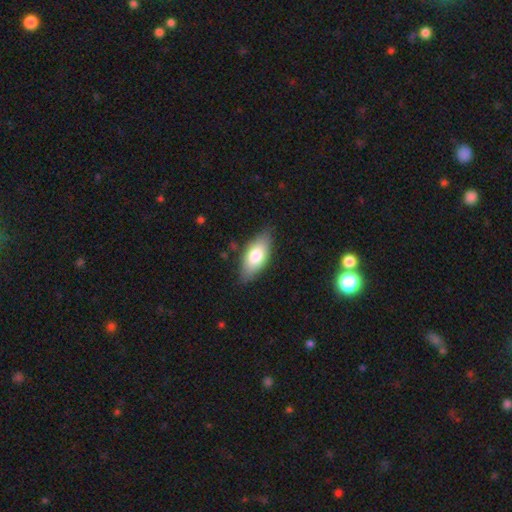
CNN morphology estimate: Smooth or featured?
  - smooth: 75% *
  - featured or disk: 19%
  - star or artifact: 6%
How rounded?
  - in between: 87% *
  - cigar-shaped: 11%
  - round: 3%
Merging?
  - none: 80% *
  - minor disturbance: 16%
  - major disturbance: 3%
  - merger: 1%